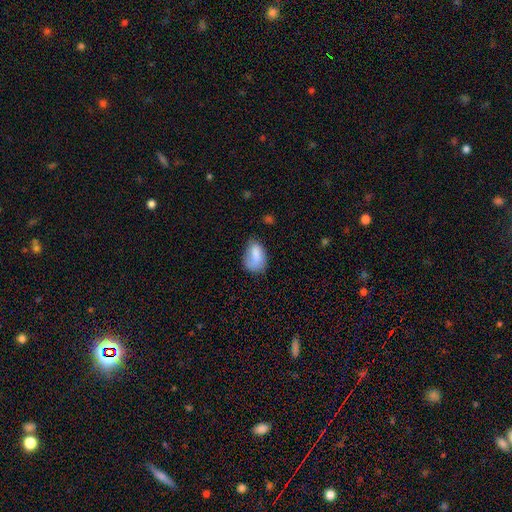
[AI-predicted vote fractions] Smooth or featured: smooth — 79% (featured or disk — 14%)
How rounded: in between — 87% (round — 11%)
Merging: none — 48% (minor disturbance — 35%)